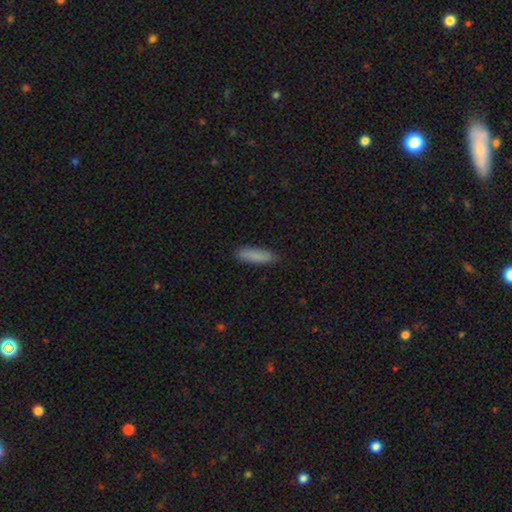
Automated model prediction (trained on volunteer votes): This appears to be a smooth galaxy with no disk features (87%) that is cigar-shaped (63%). Merging: none (86%).